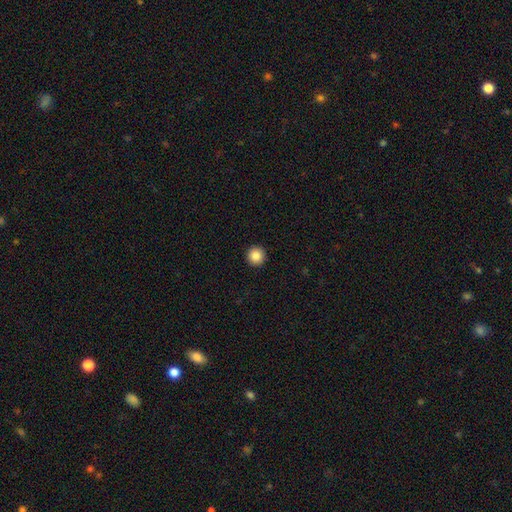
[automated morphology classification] type=smooth (86%); roundness=round (96%); merging=none (94%).